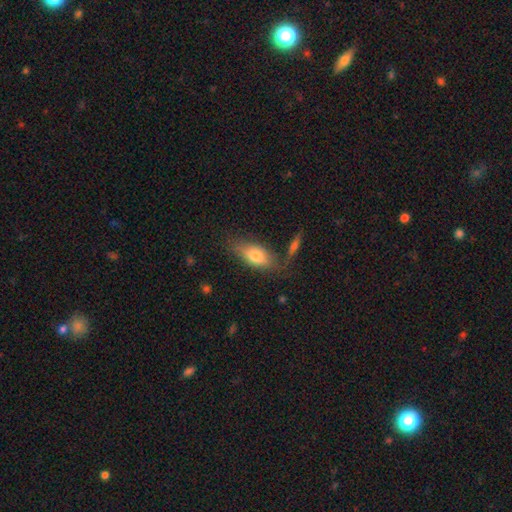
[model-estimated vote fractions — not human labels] smooth-or-featured: smooth: 72% | featured or disk: 21% | star or artifact: 7%
  how-rounded: in between: 82% | cigar-shaped: 13% | round: 5%
  merging: none: 66% | minor disturbance: 20% | merger: 7% | major disturbance: 7%